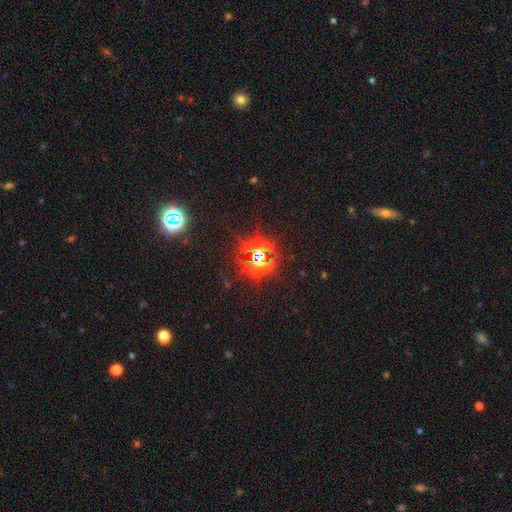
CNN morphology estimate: Smooth or featured: star or artifact — 82% (smooth — 10%)